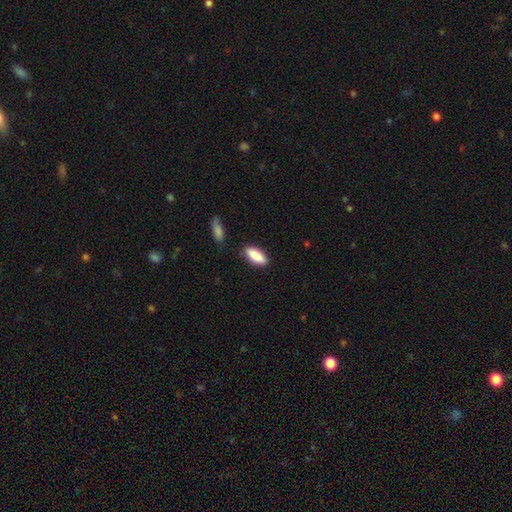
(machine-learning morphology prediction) Smooth or featured? smooth (88%)
How rounded? in between (78%)
Merging? none (81%)